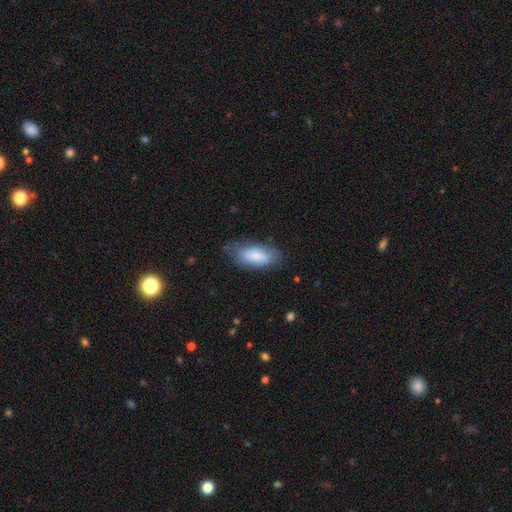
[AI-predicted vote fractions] This appears to be a smooth galaxy with no disk features (81%) that is in between round and cigar-shaped (87%). Merging: none (67%).